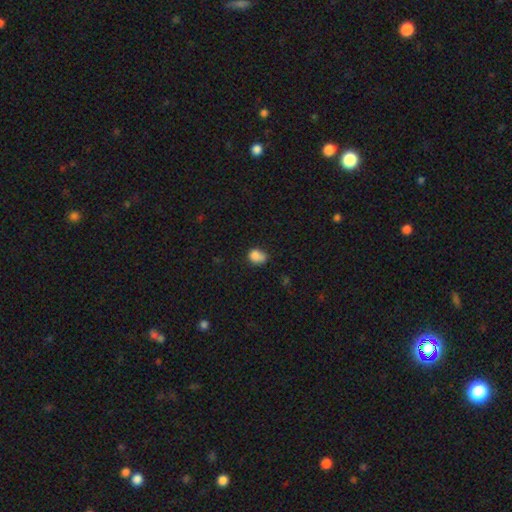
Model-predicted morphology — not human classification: Overall: smooth (82%). How rounded: in between (59%; round 40%). Merging: none (42%; minor disturbance 33%).